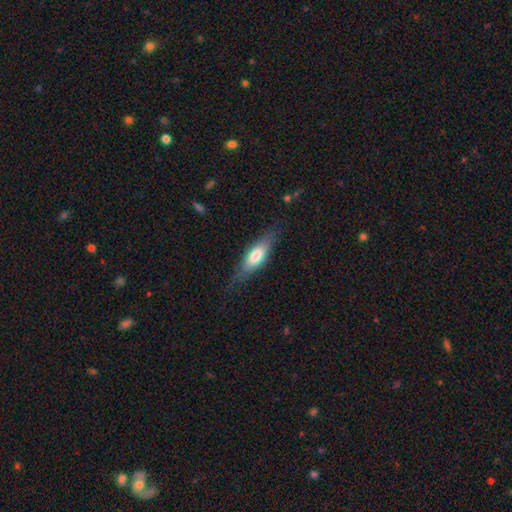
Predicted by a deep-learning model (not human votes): smooth_or_featured: smooth (p=0.65) [alt: featured or disk p=0.29]
how_rounded: in between (p=0.51) [alt: cigar-shaped p=0.46]
merging: none (p=0.74) [alt: minor disturbance p=0.19]